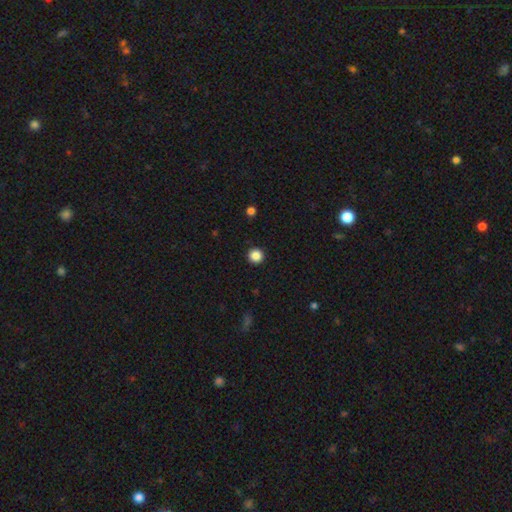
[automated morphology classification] This is clearly a smooth galaxy (87%). How rounded: clearly round (96%). Merging: clearly none (93%).